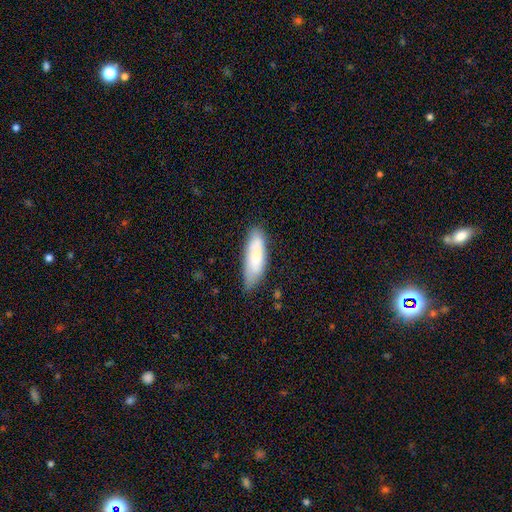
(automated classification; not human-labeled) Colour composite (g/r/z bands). It shows a smooth galaxy with no disk features (70%) that is in between round and cigar-shaped (55%). Merging: none (69%).